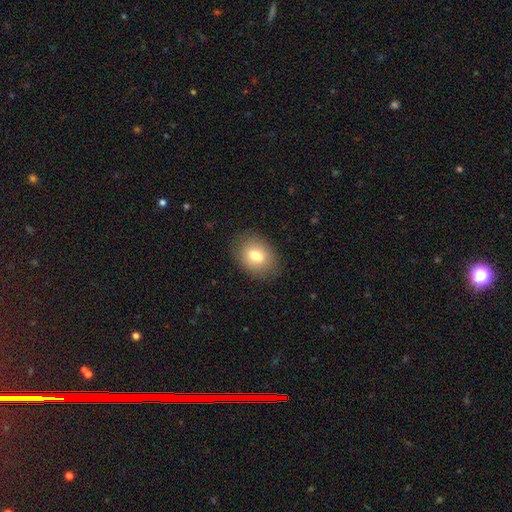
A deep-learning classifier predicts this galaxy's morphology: smooth 77%, featured or disk 14%, star or artifact 9%. Down the decision tree: how rounded — in between (67%); merging — none (85%).